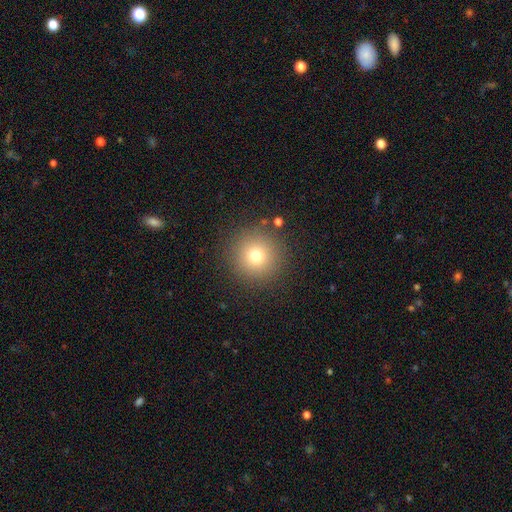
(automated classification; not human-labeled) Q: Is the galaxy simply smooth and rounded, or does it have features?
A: smooth — 74%.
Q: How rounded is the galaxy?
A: round — 96%.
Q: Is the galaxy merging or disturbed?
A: none — 88%.